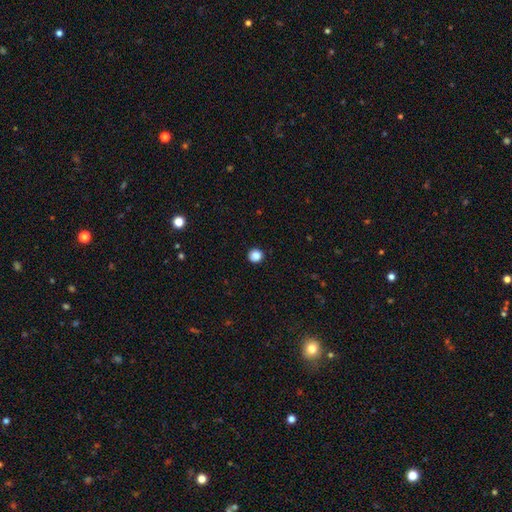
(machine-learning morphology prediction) smooth_or_featured: smooth (p=0.87) [alt: star or artifact p=0.10]
how_rounded: round (p=0.94) [alt: in between p=0.05]
merging: none (p=0.93) [alt: minor disturbance p=0.05]